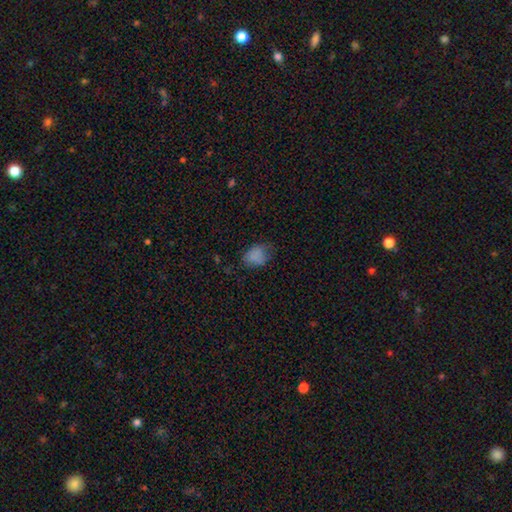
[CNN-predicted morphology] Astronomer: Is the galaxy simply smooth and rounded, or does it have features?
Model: smooth — 81%.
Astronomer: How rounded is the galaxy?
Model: in between — 66%.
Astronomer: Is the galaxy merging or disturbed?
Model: none — 54% (runner-up: minor disturbance, 32%).